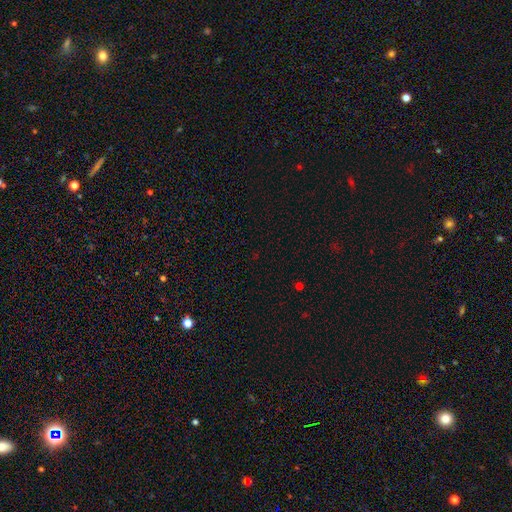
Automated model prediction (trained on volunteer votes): smooth_or_featured: star or artifact (p=0.68) [alt: smooth p=0.24]